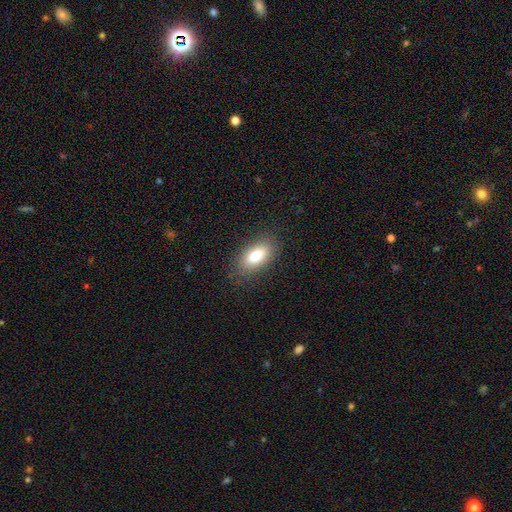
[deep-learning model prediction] Smooth or featured? Predicted: smooth (p=0.82). How rounded? Predicted: in between (p=0.87). Merging? Predicted: none (p=0.84).